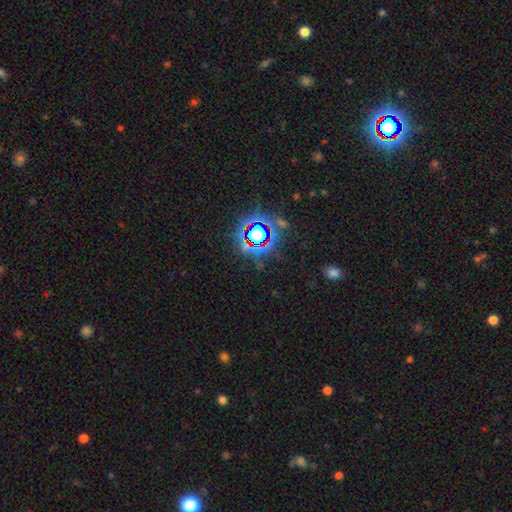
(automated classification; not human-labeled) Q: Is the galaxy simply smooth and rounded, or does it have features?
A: star or artifact — 81%.